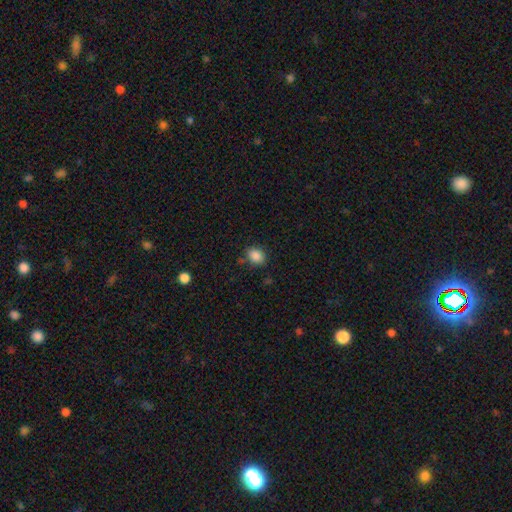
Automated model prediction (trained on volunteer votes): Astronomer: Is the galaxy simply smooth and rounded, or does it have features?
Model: smooth — 87%.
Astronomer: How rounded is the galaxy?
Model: in between — 60% (runner-up: round, 39%).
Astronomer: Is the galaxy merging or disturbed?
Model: none — 79%.